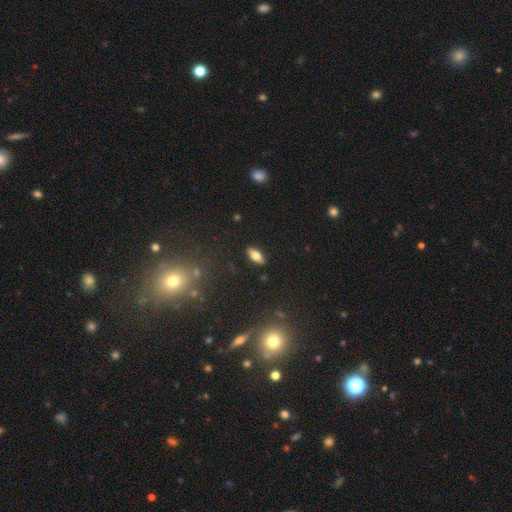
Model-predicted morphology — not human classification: Overall: smooth (69%). How rounded: in between (82%). Merging: none (89%).